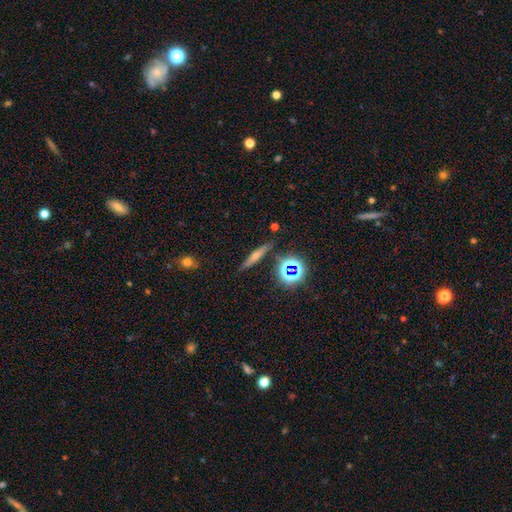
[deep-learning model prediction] Morphology: type=featured or disk (52%); edge-on=yes (93%); merging=none (87%).